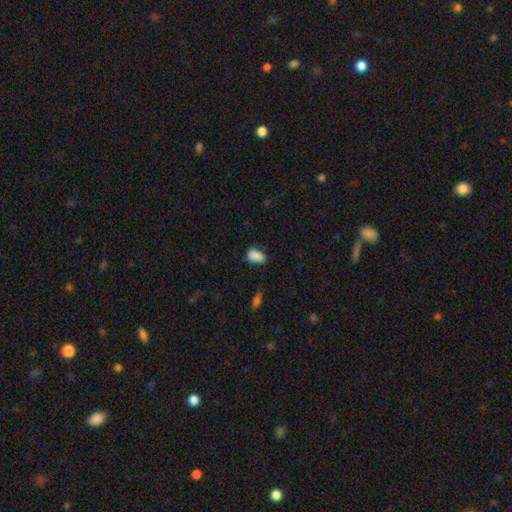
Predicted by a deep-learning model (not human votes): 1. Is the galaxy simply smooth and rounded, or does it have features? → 87% smooth, 8% star or artifact, 5% featured or disk.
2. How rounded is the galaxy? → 90% in between, 7% round, 4% cigar-shaped.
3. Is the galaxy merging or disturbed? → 70% none, 23% minor disturbance, 5% major disturbance, 3% merger.